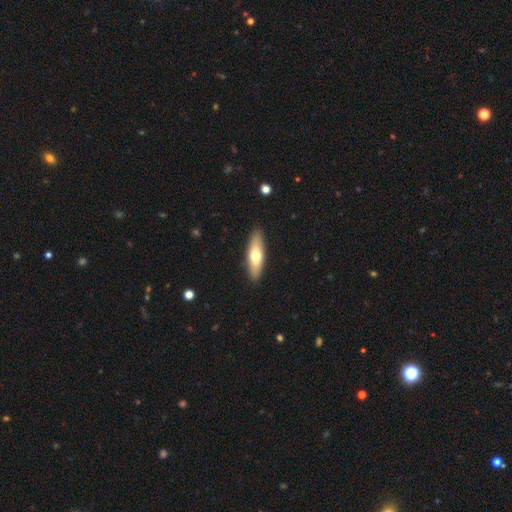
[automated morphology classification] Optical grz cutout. It shows a smooth galaxy with no disk features (62%) that is cigar-shaped (54%). Merging: none (90%).